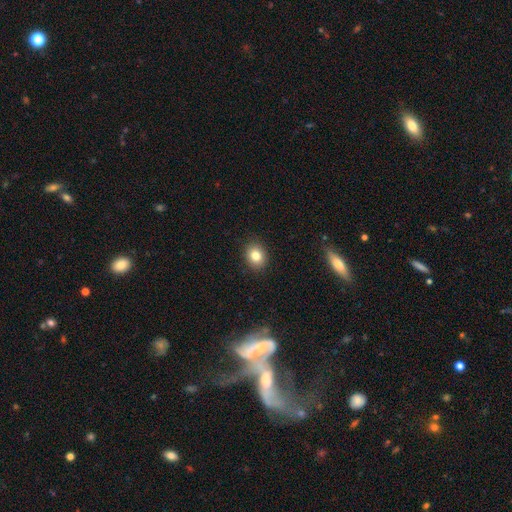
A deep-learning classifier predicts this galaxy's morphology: Q: Smooth or featured?
A: smooth (81%); runner-up: star or artifact (10%)
Q: How rounded?
A: round (60%); runner-up: in between (40%)
Q: Merging?
A: none (89%); runner-up: minor disturbance (8%)